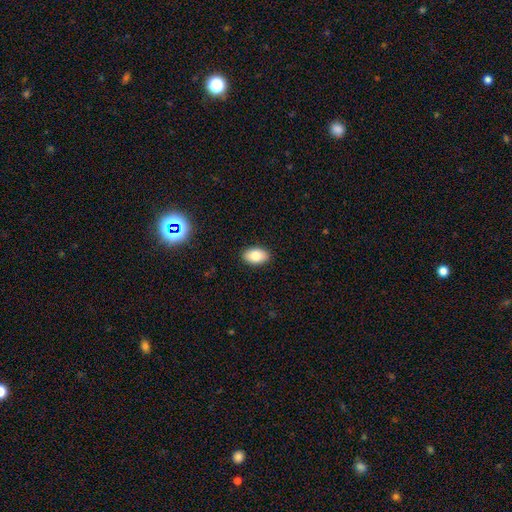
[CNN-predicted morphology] smooth 83%, featured or disk 9%, star or artifact 8%. Down the decision tree: how rounded — in between (90%); merging — none (89%).